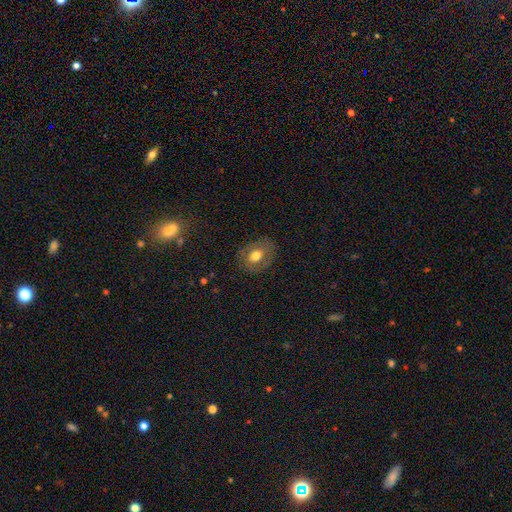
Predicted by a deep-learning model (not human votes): The model was most divided on "how rounded": in between: 61%, round: 38%, cigar-shaped: 1%. More confident: merging — none (80%); smooth or featured — smooth (61%).